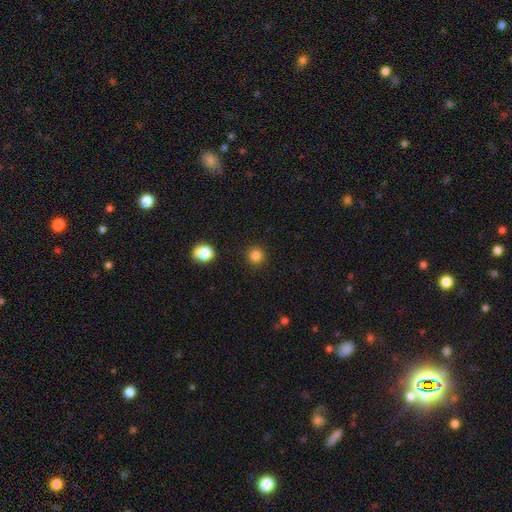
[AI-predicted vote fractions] Q: Smooth or featured?
A: smooth (83%); runner-up: star or artifact (13%)
Q: How rounded?
A: round (93%); runner-up: in between (6%)
Q: Merging?
A: none (91%); runner-up: minor disturbance (5%)